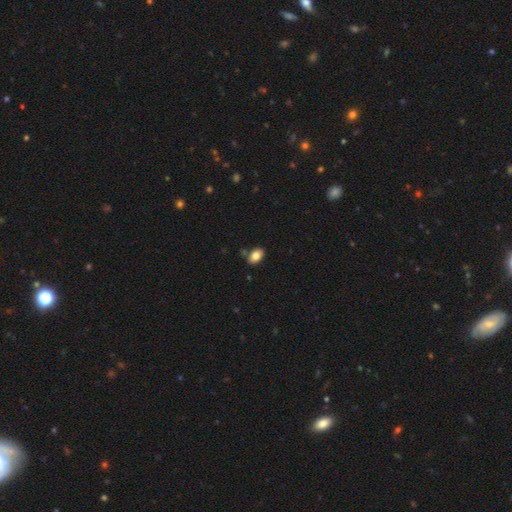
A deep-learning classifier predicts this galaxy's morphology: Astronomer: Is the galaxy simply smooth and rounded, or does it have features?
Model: smooth — 82%.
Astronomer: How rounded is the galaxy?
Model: in between — 86%.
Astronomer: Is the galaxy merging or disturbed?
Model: none — 78%.